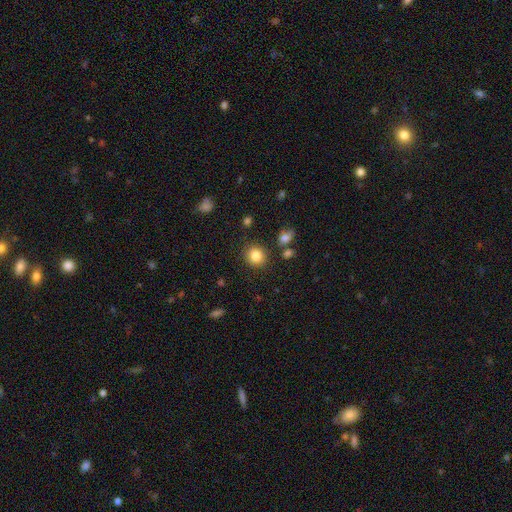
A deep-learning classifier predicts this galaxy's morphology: A smooth galaxy with no disk features (85%) that is round (84%).

Vote fractions:
- Smooth or featured? smooth: 85% / star or artifact: 10% / featured or disk: 5%
- How rounded? round: 84% / in between: 15% / cigar-shaped: 1%
- Merging? none: 86% / minor disturbance: 8% / merger: 3% / major disturbance: 3%